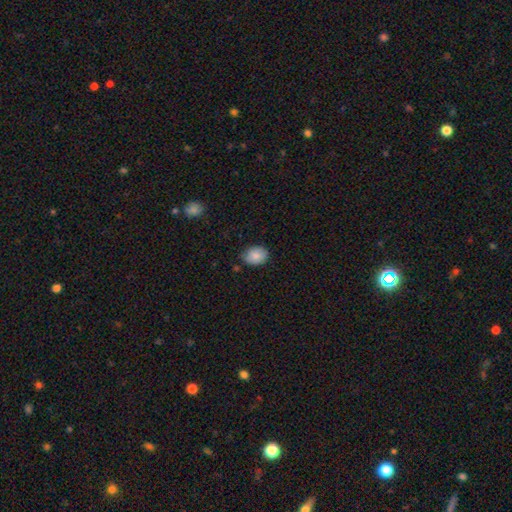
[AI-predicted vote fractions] The model was most divided on "how rounded": in between: 58%, round: 41%, cigar-shaped: 1%. More confident: smooth or featured — smooth (86%); merging — none (74%).